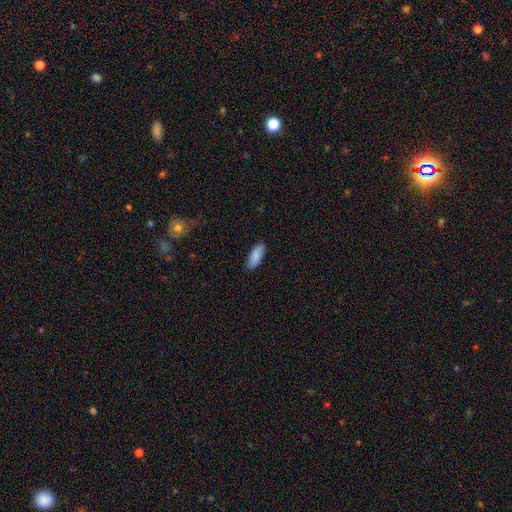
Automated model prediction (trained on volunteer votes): A smooth galaxy with no disk features (88%) that is in between round and cigar-shaped (78%). Merging: none (89%).